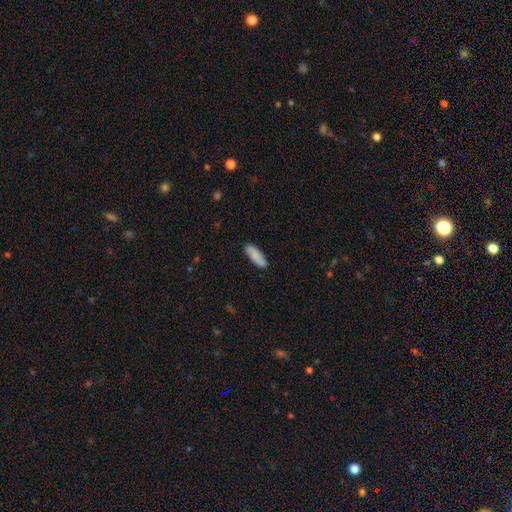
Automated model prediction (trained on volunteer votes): Overall: smooth (84%). How rounded: in between (63%; cigar-shaped 35%). Merging: none (86%).